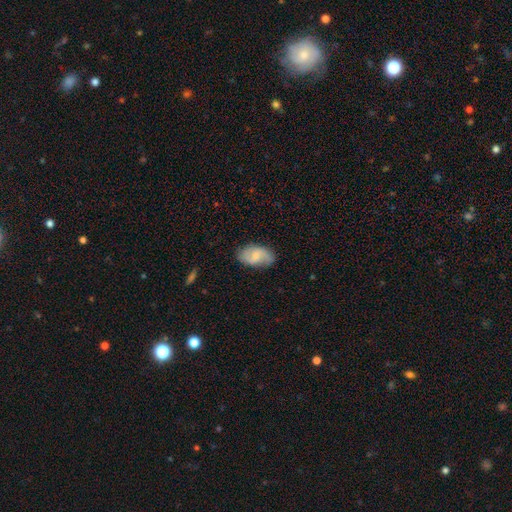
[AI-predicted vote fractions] Q: Smooth or featured?
A: featured or disk (49%); runner-up: smooth (44%)
Q: Merging?
A: none (78%); runner-up: minor disturbance (17%)